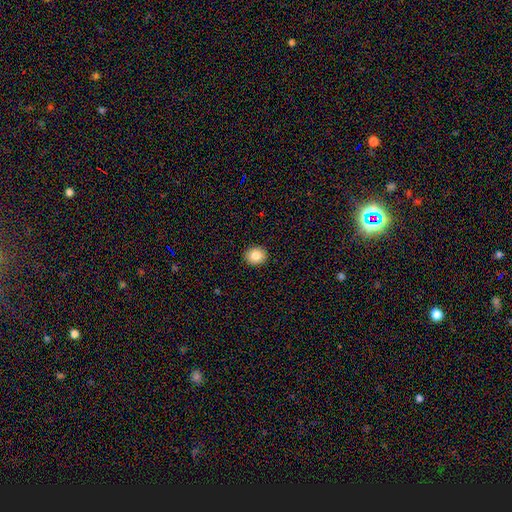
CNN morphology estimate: smooth 85%, star or artifact 9%, featured or disk 6%. Down the decision tree: how rounded — round (75%); merging — none (92%).